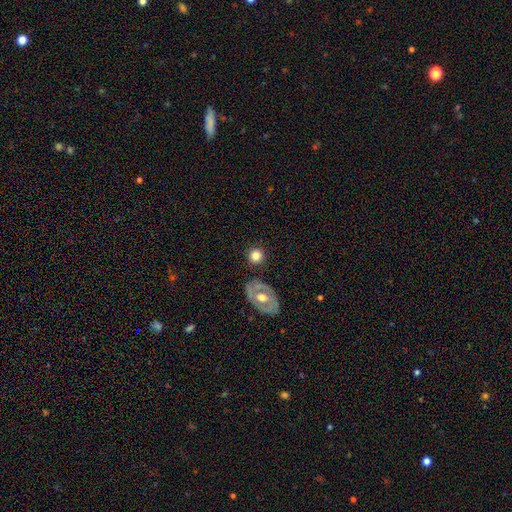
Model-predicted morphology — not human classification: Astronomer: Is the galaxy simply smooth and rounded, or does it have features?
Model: smooth — 75%.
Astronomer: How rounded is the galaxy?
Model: round — 87%.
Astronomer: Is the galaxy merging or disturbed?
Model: none — 82%.